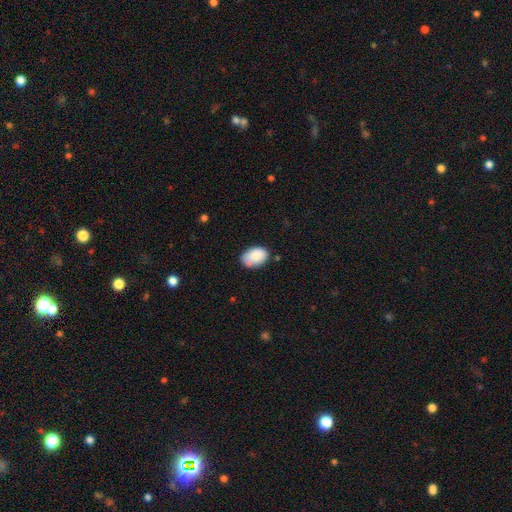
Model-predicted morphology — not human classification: type=smooth (86%); roundness=in between (89%); merging=none (68%).